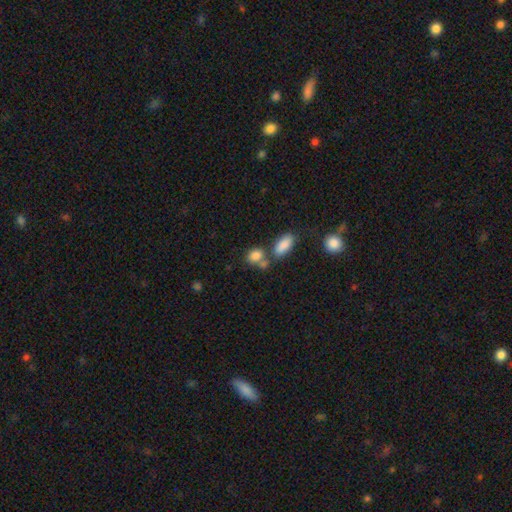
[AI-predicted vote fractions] The model was most divided on "merging": none: 45%, merger: 38%, minor disturbance: 12%, major disturbance: 5%. More confident: smooth or featured — smooth (83%); how rounded — in between (73%).